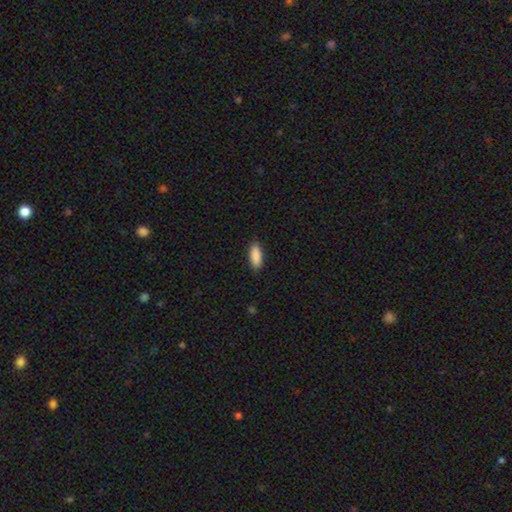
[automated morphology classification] A smooth galaxy with no disk features (90%) that is in between round and cigar-shaped (74%). Merging: none (88%).